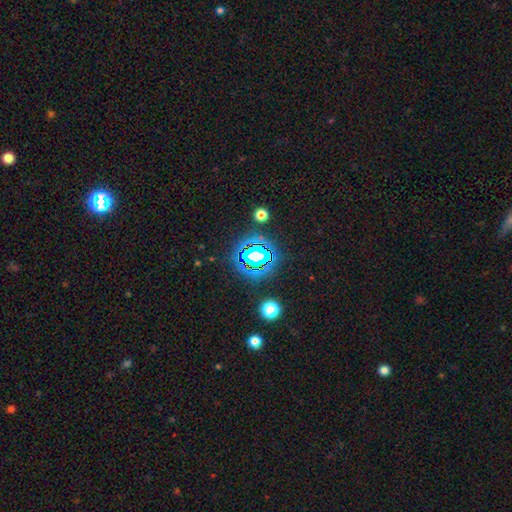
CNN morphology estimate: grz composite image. It shows a star or artifact, not a galaxy (66%).